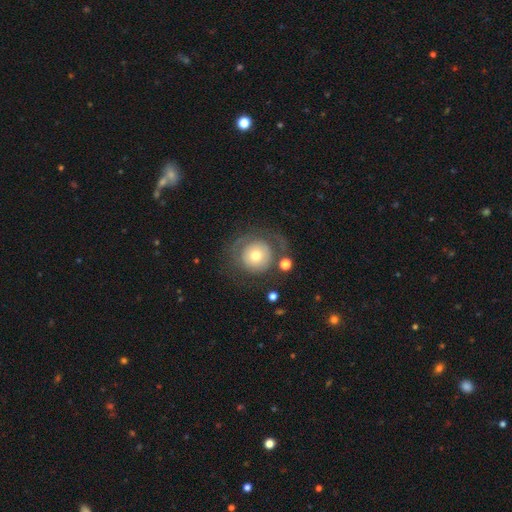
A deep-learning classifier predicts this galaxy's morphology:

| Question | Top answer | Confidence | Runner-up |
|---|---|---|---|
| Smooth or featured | smooth | 51% | featured or disk (41%) |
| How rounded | round | 92% | in between (7%) |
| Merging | none | 56% | major disturbance (22%) |